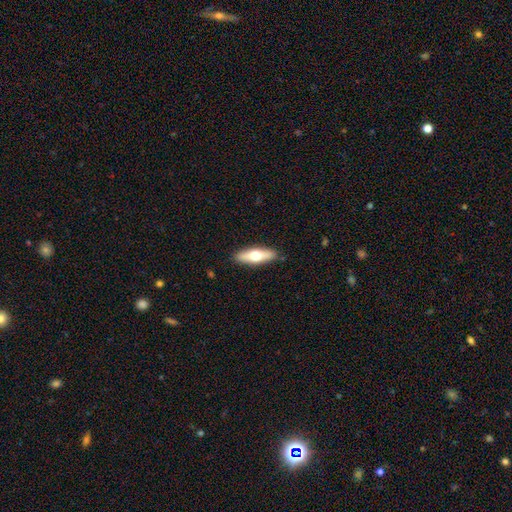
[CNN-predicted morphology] smooth_or_featured: smooth (p=0.56) [alt: featured or disk p=0.39]
how_rounded: cigar-shaped (p=0.49) [alt: in between p=0.48]
merging: none (p=0.89) [alt: minor disturbance p=0.08]